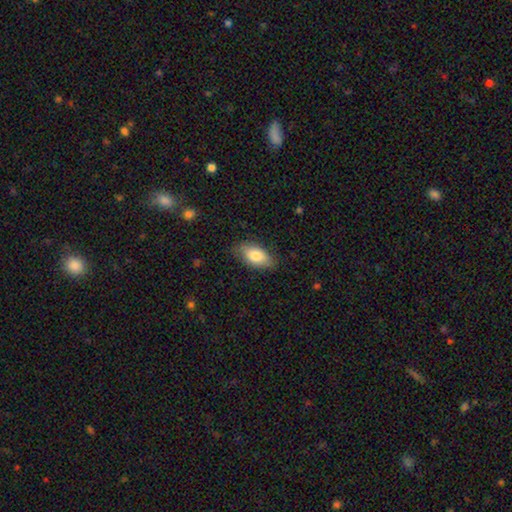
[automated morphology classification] Smooth or featured? Predicted: smooth (p=0.80). How rounded? Predicted: in between (p=0.92). Merging? Predicted: none (p=0.80).